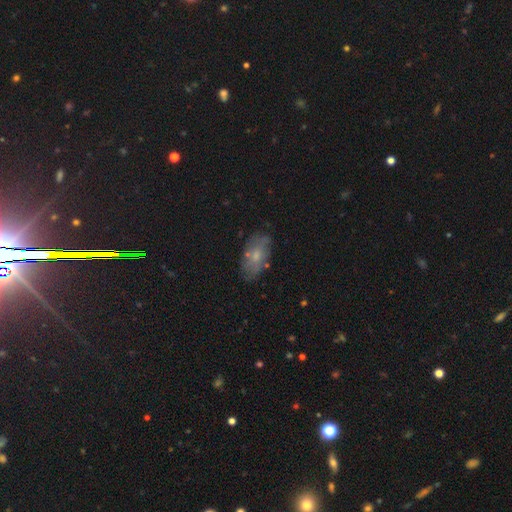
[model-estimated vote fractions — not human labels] smooth_or_featured: smooth (p=0.57) [alt: featured or disk p=0.36]
how_rounded: in between (p=0.91) [alt: cigar-shaped p=0.05]
merging: none (p=0.68) [alt: minor disturbance p=0.21]